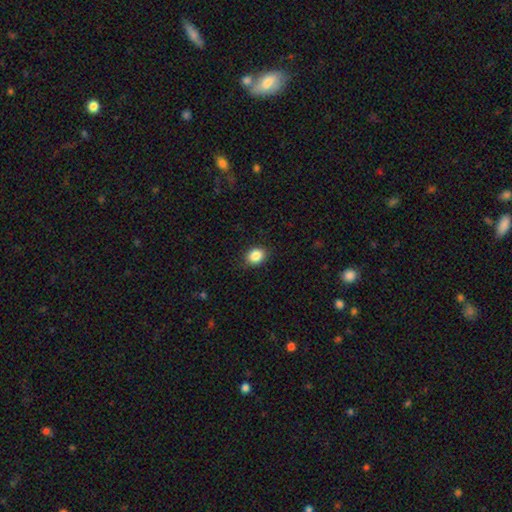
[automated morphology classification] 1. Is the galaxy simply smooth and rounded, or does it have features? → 86% smooth, 9% star or artifact, 4% featured or disk.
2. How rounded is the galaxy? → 50% in between, 49% round, 1% cigar-shaped.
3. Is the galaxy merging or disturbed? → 88% none, 9% minor disturbance, 2% major disturbance, 1% merger.